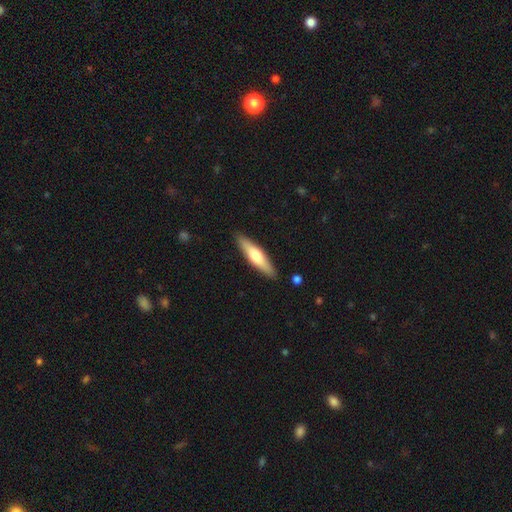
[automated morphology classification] Q: Smooth or featured?
A: smooth (55%); runner-up: featured or disk (40%)
Q: How rounded?
A: cigar-shaped (79%); runner-up: in between (20%)
Q: Merging?
A: none (88%); runner-up: minor disturbance (9%)